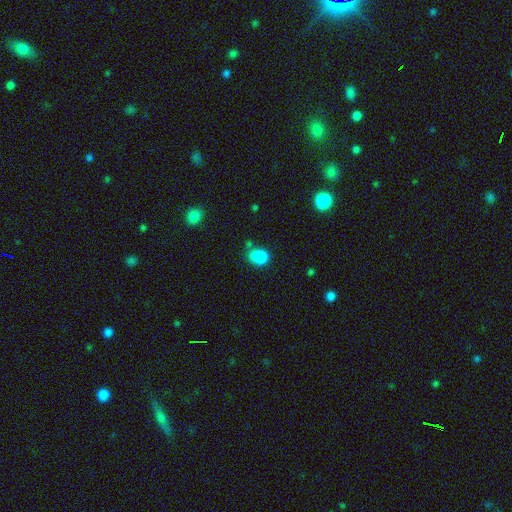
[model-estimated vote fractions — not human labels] Smooth or featured?
  - smooth: 78% *
  - featured or disk: 11%
  - star or artifact: 11%
How rounded?
  - round: 51% *
  - in between: 48%
  - cigar-shaped: 1%
Merging?
  - none: 38% *
  - merger: 33%
  - minor disturbance: 21%
  - major disturbance: 9%